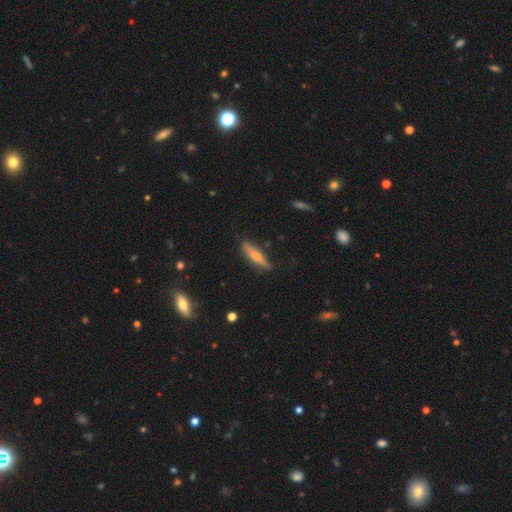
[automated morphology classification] smooth_or_featured: smooth (p=0.71) [alt: featured or disk p=0.23]
how_rounded: cigar-shaped (p=0.77) [alt: in between p=0.21]
merging: none (p=0.81) [alt: minor disturbance p=0.15]